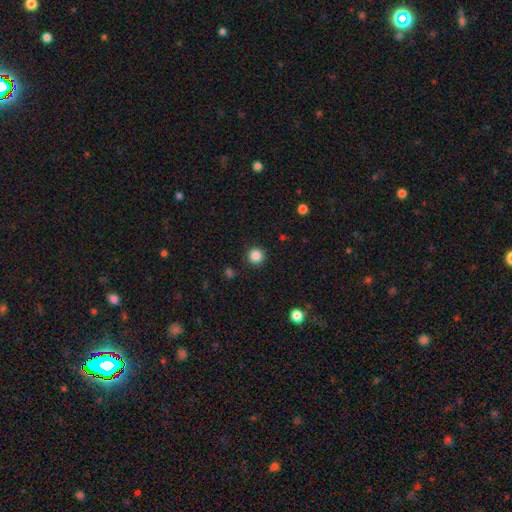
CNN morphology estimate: Q: Smooth or featured?
A: smooth (86%); runner-up: star or artifact (11%)
Q: How rounded?
A: round (95%); runner-up: in between (4%)
Q: Merging?
A: none (90%); runner-up: minor disturbance (6%)